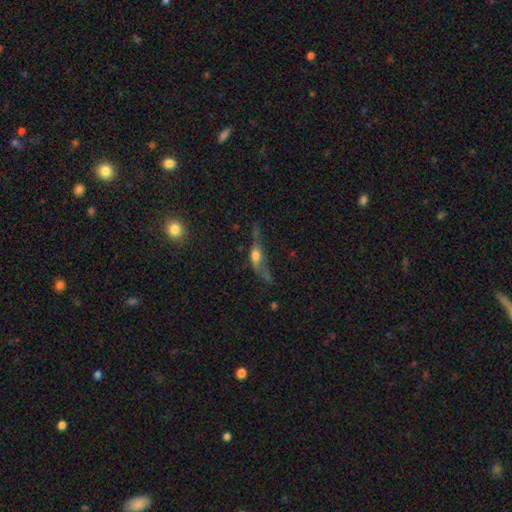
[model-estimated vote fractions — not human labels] Morphology: type=featured or disk (54%); edge-on=yes (75%); merging=none (48%).